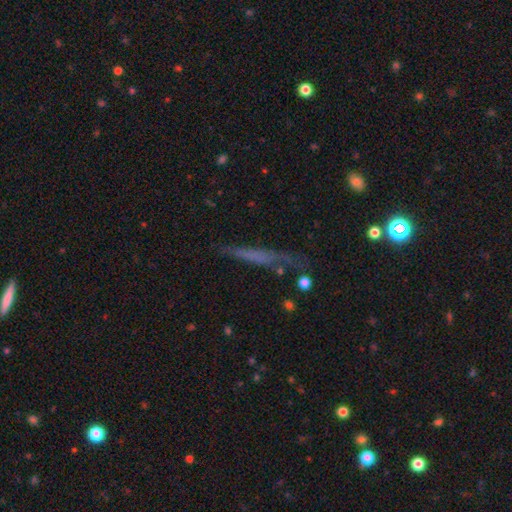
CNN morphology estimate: The model was most divided on "smooth or featured": smooth: 47%, featured or disk: 42%, star or artifact: 11%. More confident: merging — none (66%).